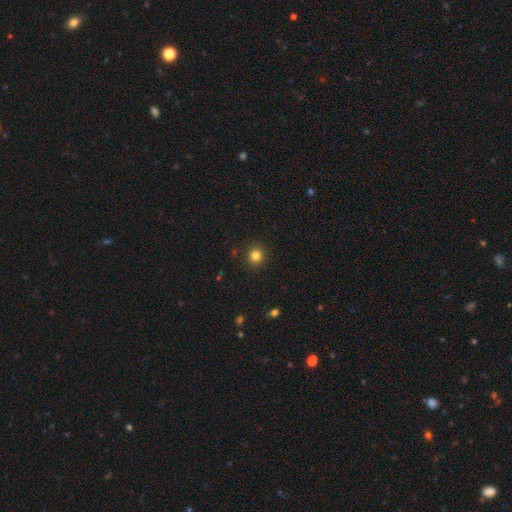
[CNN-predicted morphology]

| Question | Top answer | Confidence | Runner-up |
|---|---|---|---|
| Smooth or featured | smooth | 83% | star or artifact (12%) |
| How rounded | round | 91% | in between (8%) |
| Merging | none | 91% | minor disturbance (6%) |